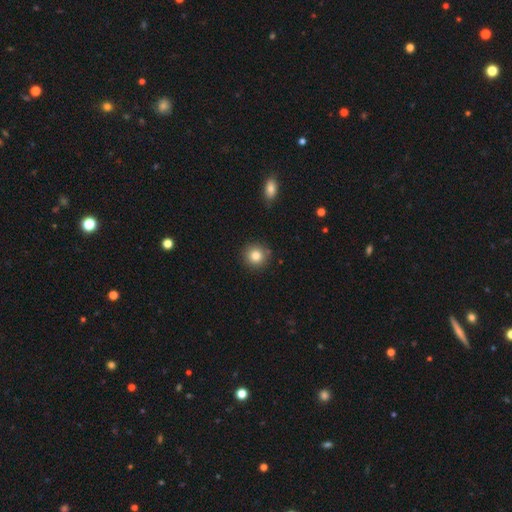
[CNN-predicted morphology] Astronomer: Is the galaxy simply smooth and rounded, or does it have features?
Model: smooth — 83%.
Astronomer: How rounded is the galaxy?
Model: round — 93%.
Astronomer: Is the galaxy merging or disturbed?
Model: none — 87%.